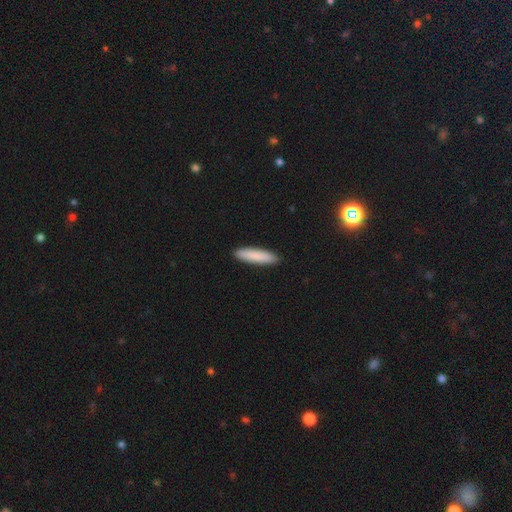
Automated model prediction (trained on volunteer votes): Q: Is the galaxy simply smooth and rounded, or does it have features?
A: smooth — 87%.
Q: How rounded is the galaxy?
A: cigar-shaped — 78%.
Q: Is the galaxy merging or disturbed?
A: none — 91%.